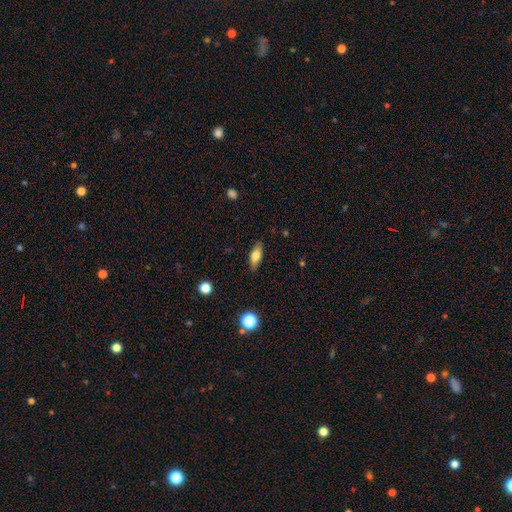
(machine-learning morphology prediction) Smooth or featured: smooth — 71% (featured or disk — 21%)
How rounded: in between — 74% (cigar-shaped — 23%)
Merging: none — 85% (minor disturbance — 11%)